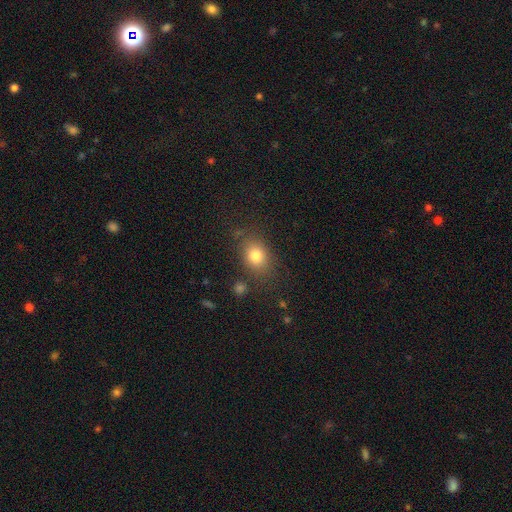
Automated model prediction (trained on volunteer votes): This appears to be a smooth galaxy with no disk features (80%) that is in between round and cigar-shaped (61%). Merging: none (76%).